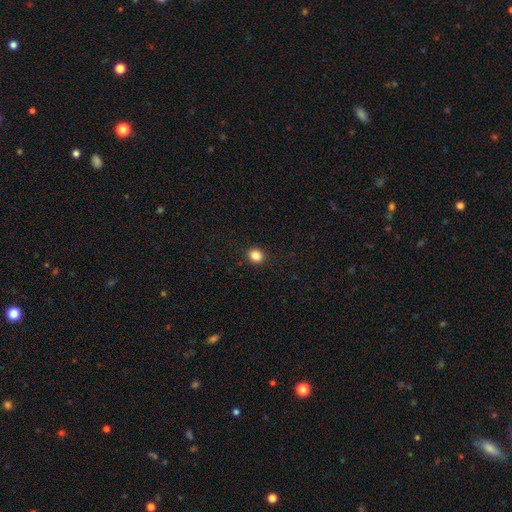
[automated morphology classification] Smooth or featured? smooth (85%)
How rounded? round (71%)
Merging? none (91%)